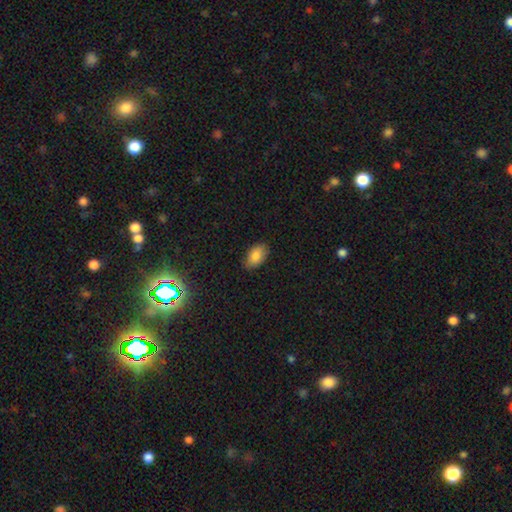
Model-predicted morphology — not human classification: Smooth or featured? smooth (84%)
How rounded? in between (93%)
Merging? none (84%)